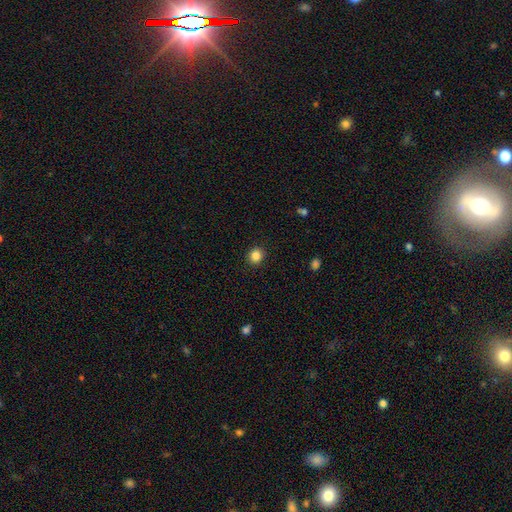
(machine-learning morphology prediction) smooth_or_featured: smooth (p=0.86) [alt: star or artifact p=0.11]
how_rounded: round (p=0.84) [alt: in between p=0.15]
merging: none (p=0.91) [alt: minor disturbance p=0.06]